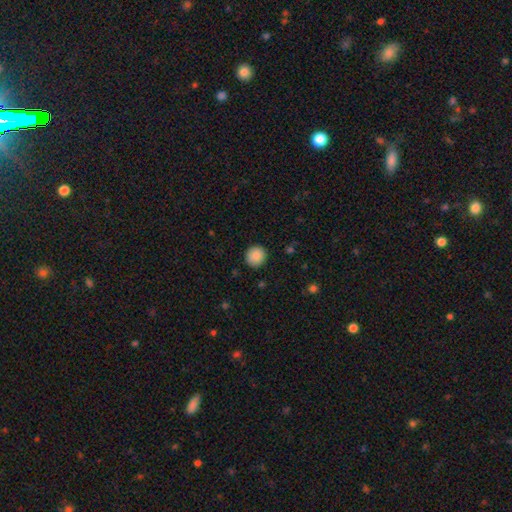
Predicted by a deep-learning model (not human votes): Q: Smooth or featured?
A: smooth (89%); runner-up: star or artifact (8%)
Q: How rounded?
A: round (90%); runner-up: in between (9%)
Q: Merging?
A: none (90%); runner-up: minor disturbance (7%)